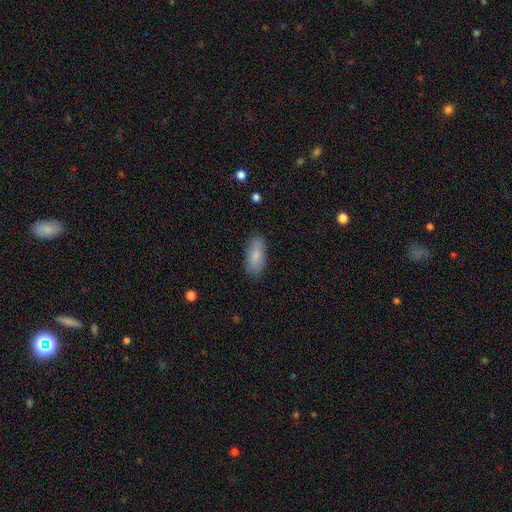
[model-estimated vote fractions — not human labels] smooth_or_featured: smooth (p=0.83) [alt: featured or disk p=0.11]
how_rounded: in between (p=0.85) [alt: cigar-shaped p=0.12]
merging: none (p=0.84) [alt: minor disturbance p=0.12]